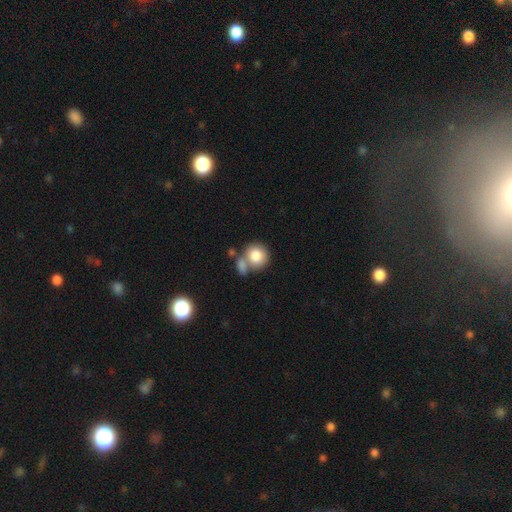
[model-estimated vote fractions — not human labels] Smooth or featured? smooth (82%)
How rounded? round (82%)
Merging? none (46%)